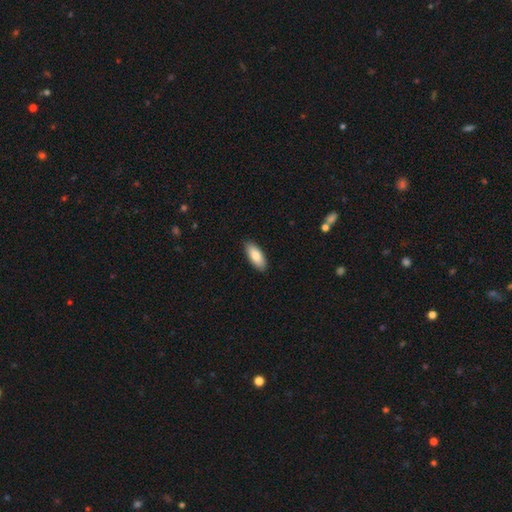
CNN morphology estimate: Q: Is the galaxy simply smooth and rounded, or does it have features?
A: smooth — 83%.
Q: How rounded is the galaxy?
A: in between — 83%.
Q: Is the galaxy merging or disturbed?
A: none — 89%.